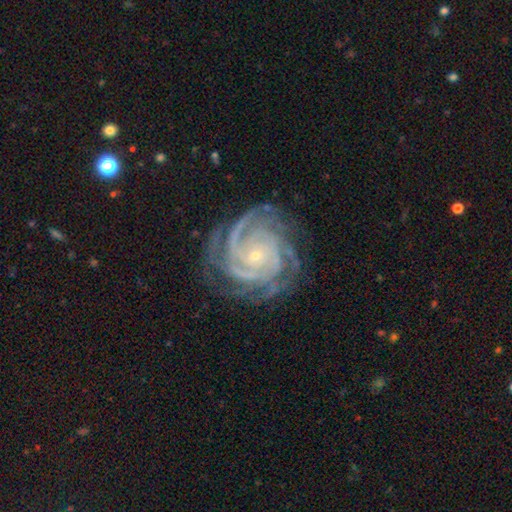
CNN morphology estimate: This is clearly a featured or disk galaxy (91%). It is clearly not viewed edge-on (98%). Bar: likely no (74%). Spiral arm pattern: clearly yes (98%). Spiral arm count: marginally 4 (31%). Spiral winding: likely tight (77%). Central bulge: clearly small (86%). Merging: likely none (76%).